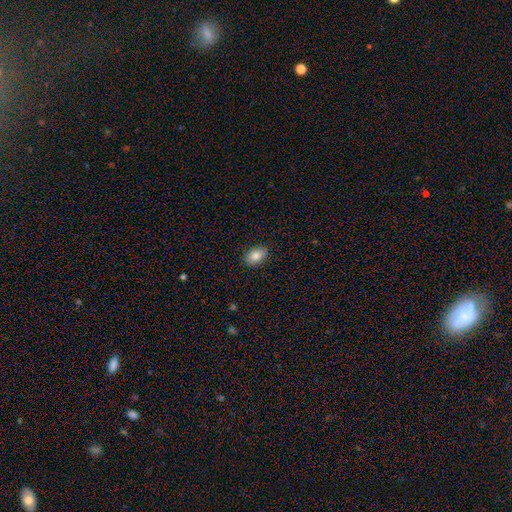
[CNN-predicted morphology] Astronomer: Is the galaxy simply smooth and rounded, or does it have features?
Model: smooth — 85%.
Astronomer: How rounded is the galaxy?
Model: in between — 89%.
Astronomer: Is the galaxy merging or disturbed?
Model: none — 88%.